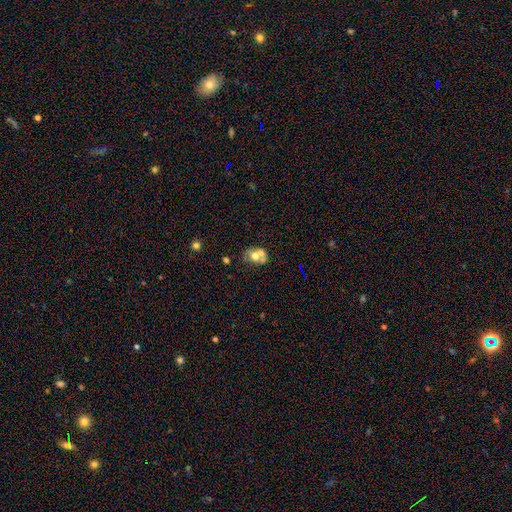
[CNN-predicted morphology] Smooth or featured? smooth (55%)
How rounded? in between (56%)
Merging? merger (49%)